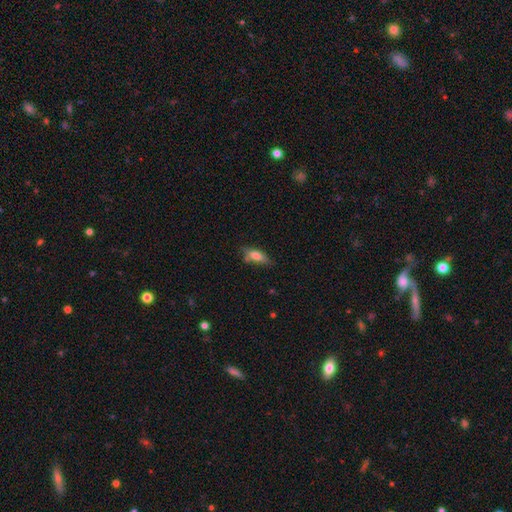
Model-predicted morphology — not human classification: type=smooth (71%); roundness=in between (65%); merging=none (61%).